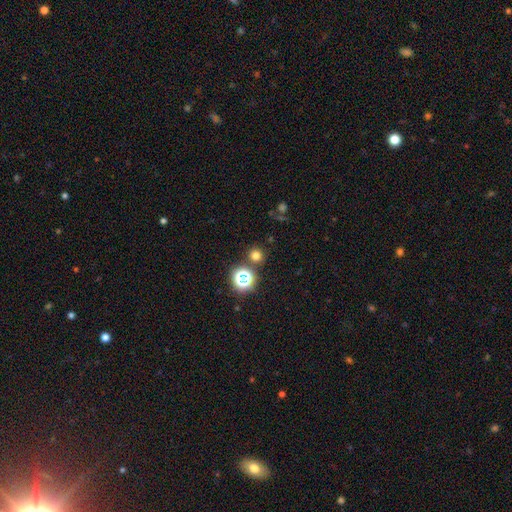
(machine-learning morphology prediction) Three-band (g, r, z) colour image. It shows a smooth galaxy with no disk features (69%) that is round (91%). Merging: none (83%).